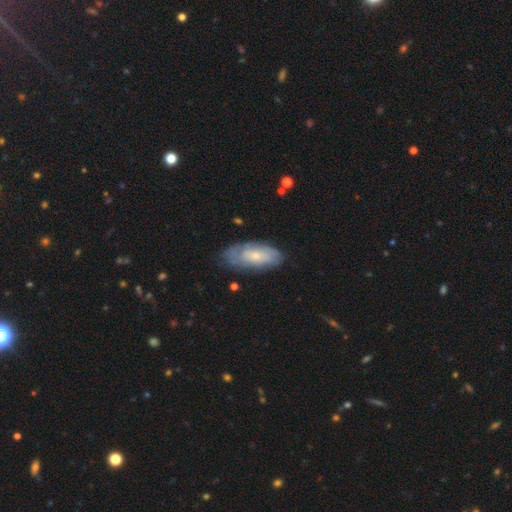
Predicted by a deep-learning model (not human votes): Smooth or featured? smooth (49%)
Merging? none (69%)